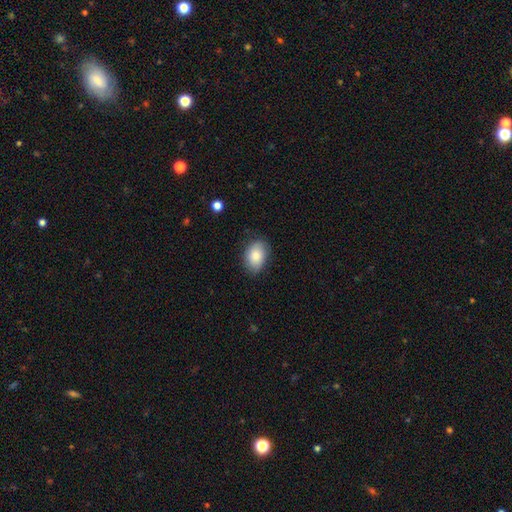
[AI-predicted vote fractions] smooth_or_featured: smooth (p=0.84) [alt: featured or disk p=0.09]
how_rounded: in between (p=0.82) [alt: round p=0.17]
merging: none (p=0.81) [alt: minor disturbance p=0.15]